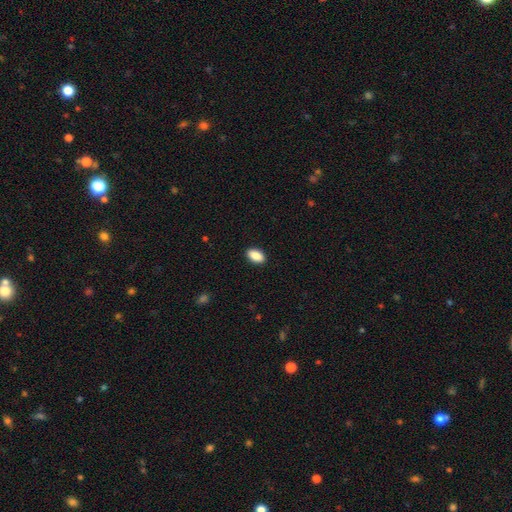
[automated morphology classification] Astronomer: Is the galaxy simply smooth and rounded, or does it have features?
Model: smooth — 89%.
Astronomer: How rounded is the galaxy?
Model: in between — 92%.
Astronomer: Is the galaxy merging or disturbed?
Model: none — 90%.